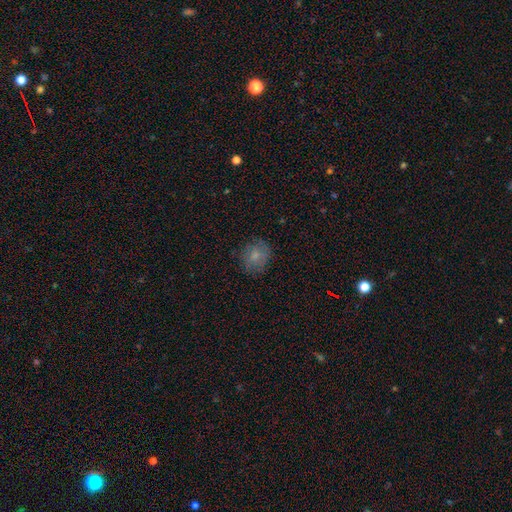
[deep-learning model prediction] A smooth galaxy with no disk features (77%) that is round (73%).

Vote fractions:
- Smooth or featured? smooth: 77% / featured or disk: 14% / star or artifact: 10%
- How rounded? round: 73% / in between: 26% / cigar-shaped: 1%
- Merging? none: 80% / minor disturbance: 15% / major disturbance: 4% / merger: 1%